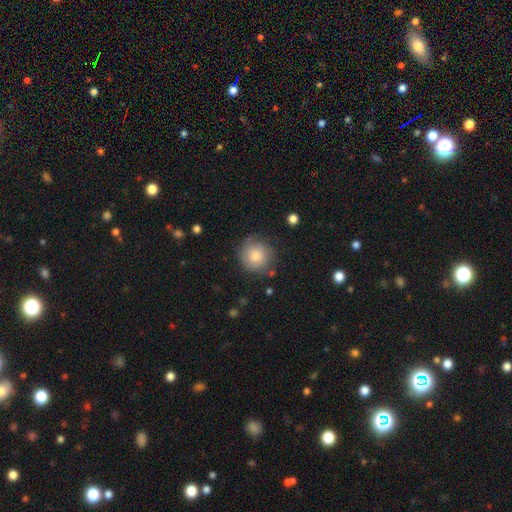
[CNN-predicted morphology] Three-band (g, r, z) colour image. It shows a smooth galaxy with no disk features (80%) that is round (92%). Merging: none (75%).